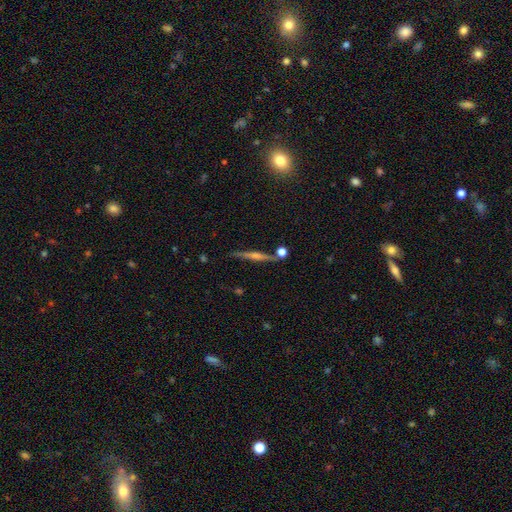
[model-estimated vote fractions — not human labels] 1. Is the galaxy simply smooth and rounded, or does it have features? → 66% featured or disk, 19% smooth, 15% star or artifact.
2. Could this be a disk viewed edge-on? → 93% yes, 7% no.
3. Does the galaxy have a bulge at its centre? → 80% rounded, 12% none, 8% boxy.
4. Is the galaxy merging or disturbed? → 82% none, 9% minor disturbance, 5% merger, 3% major disturbance.